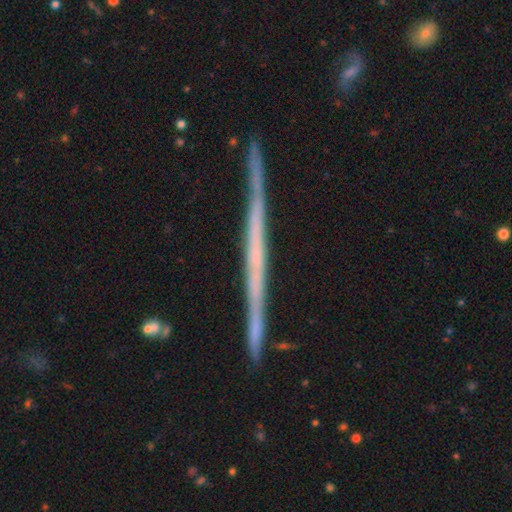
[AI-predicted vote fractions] The model was most divided on "smooth or featured": featured or disk: 73%, smooth: 20%, star or artifact: 7%. More confident: edge-on disk — yes (98%); merging — none (89%); edge-on bulge — none (88%).